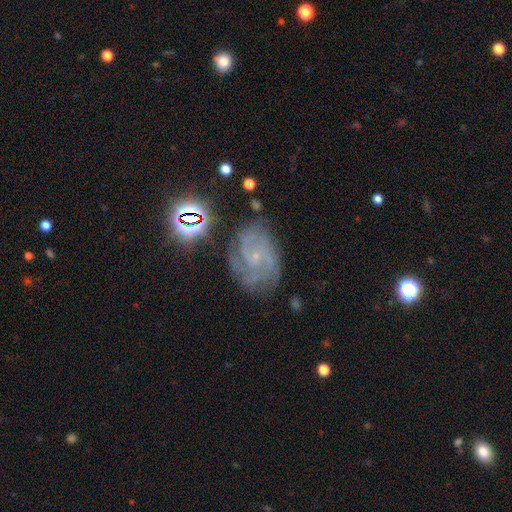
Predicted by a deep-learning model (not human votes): This is likely a featured or disk galaxy (72%). It is clearly not viewed edge-on (97%). Bar: likely no (60%). Spiral arm pattern: clearly yes (95%). Spiral arm count: marginally can't tell (27%). Spiral winding: possibly tight (55%). Central bulge: likely small (77%). Merging: likely none (72%).